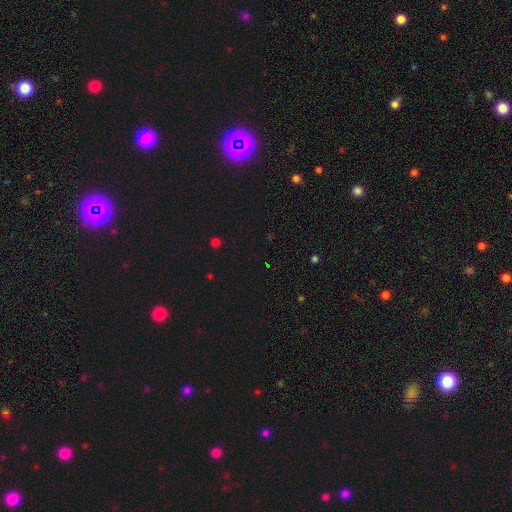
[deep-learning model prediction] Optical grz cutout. It shows a star or artifact, not a galaxy (68%).